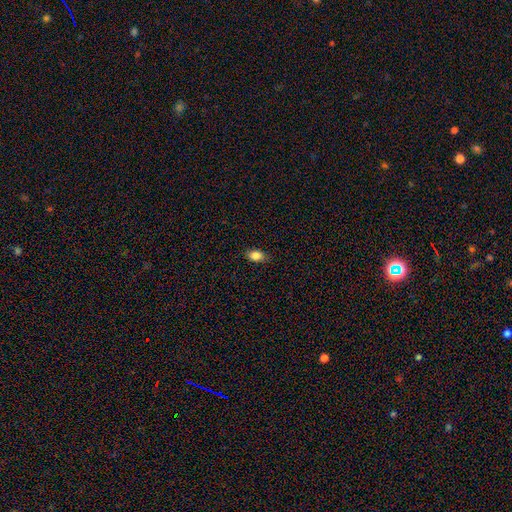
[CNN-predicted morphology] Q: Smooth or featured?
A: smooth (85%); runner-up: star or artifact (9%)
Q: How rounded?
A: in between (80%); runner-up: round (18%)
Q: Merging?
A: none (84%); runner-up: minor disturbance (13%)